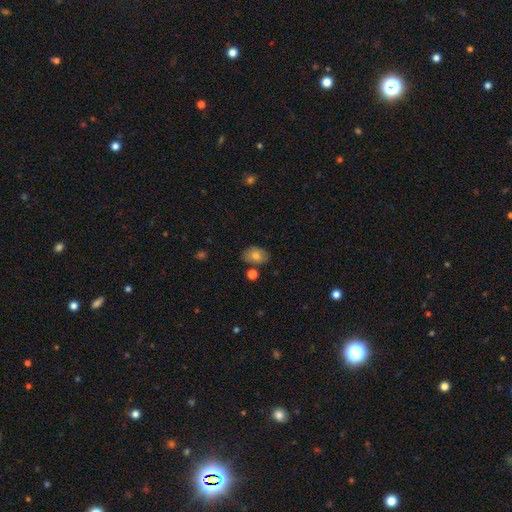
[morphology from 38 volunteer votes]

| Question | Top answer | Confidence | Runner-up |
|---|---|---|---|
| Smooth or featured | smooth | 82% | featured or disk (11%) |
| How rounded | in between | 71% | round (29%) |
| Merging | none | 77% | minor disturbance (14%) |